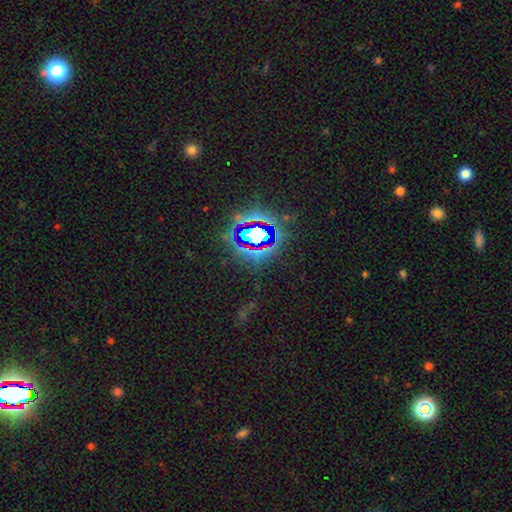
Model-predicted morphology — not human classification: Smooth or featured: star or artifact — 81% (smooth — 11%)